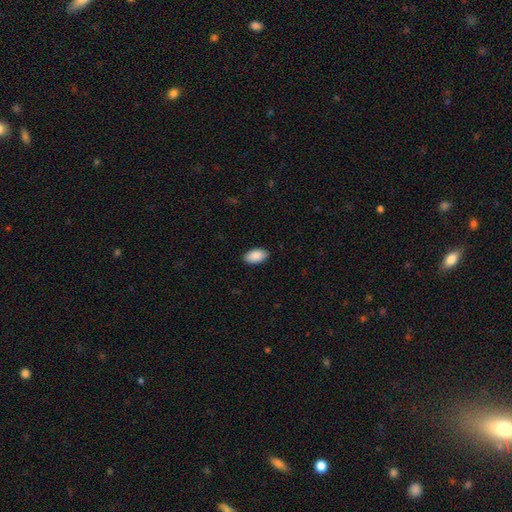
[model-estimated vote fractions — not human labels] smooth-or-featured: smooth: 91% | star or artifact: 6% | featured or disk: 3%
  how-rounded: in between: 95% | round: 3% | cigar-shaped: 2%
  merging: none: 89% | minor disturbance: 8% | major disturbance: 2% | merger: 1%